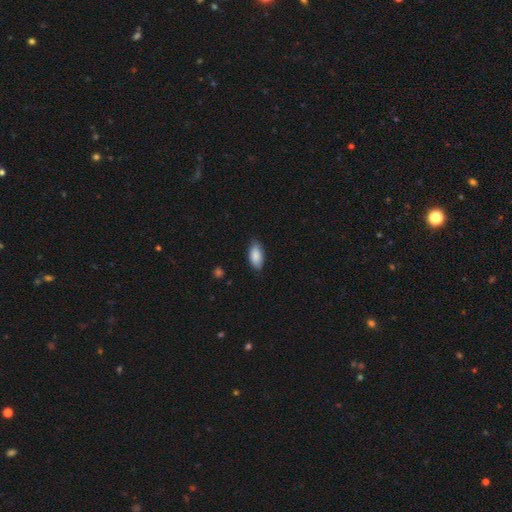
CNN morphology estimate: smooth 87%, featured or disk 7%, star or artifact 6%. Down the decision tree: how rounded — in between (90%); merging — none (80%).